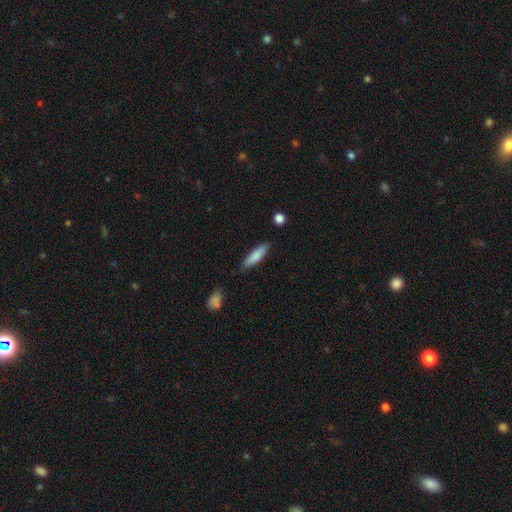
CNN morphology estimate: Overall: smooth (81%). How rounded: cigar-shaped (68%; in between 30%). Merging: none (85%).